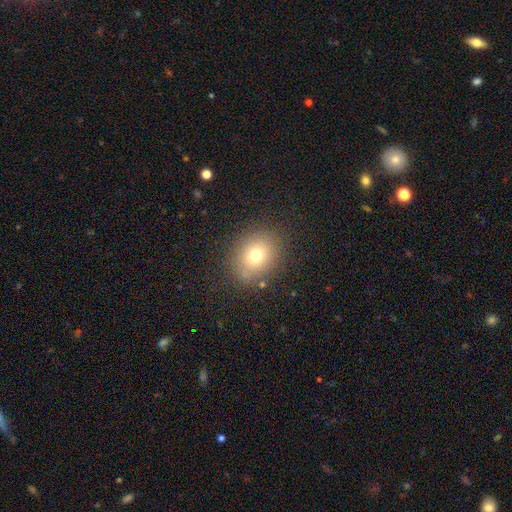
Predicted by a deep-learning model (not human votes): A smooth galaxy with no disk features (73%) that is round (63%). Merging: none (83%).